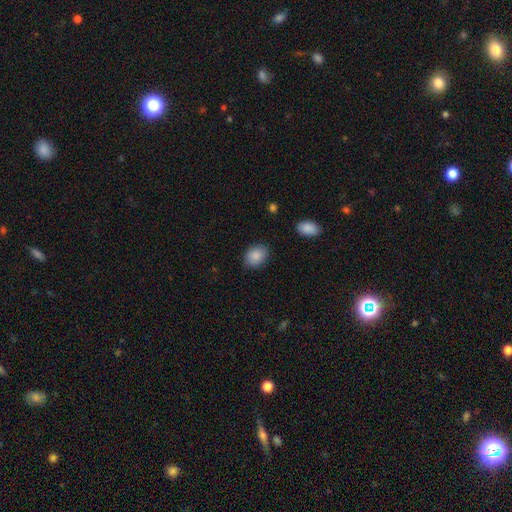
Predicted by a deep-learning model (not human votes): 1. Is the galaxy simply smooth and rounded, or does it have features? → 88% smooth, 7% star or artifact, 5% featured or disk.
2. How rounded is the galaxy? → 67% in between, 32% round, 1% cigar-shaped.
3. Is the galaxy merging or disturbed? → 85% none, 11% minor disturbance, 3% major disturbance, 1% merger.